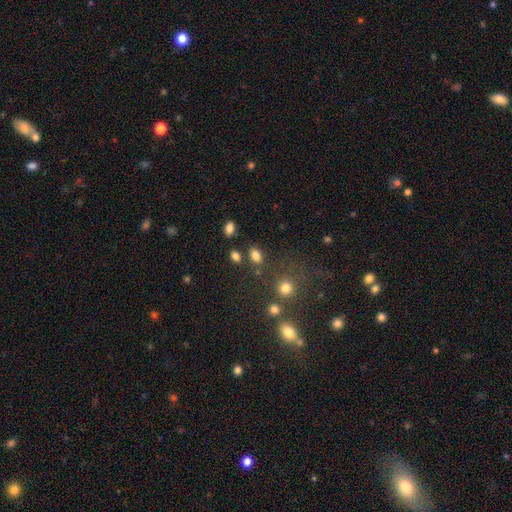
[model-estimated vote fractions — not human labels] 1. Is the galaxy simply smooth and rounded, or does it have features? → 81% smooth, 12% star or artifact, 6% featured or disk.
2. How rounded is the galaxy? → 85% in between, 13% round, 2% cigar-shaped.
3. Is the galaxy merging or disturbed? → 75% none, 12% minor disturbance, 9% merger, 4% major disturbance.